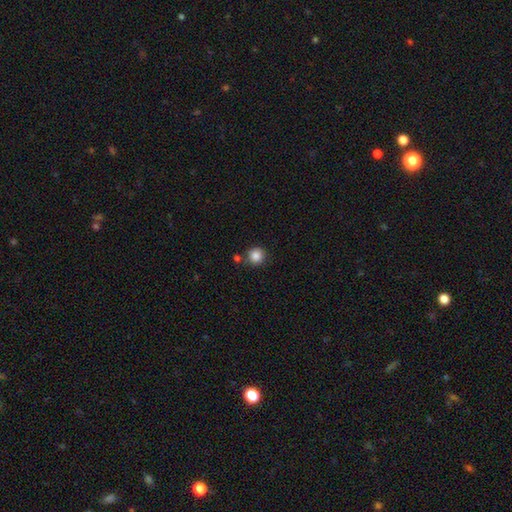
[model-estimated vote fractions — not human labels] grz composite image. It shows a smooth galaxy with no disk features (86%) that is round (94%). Merging: none (80%).